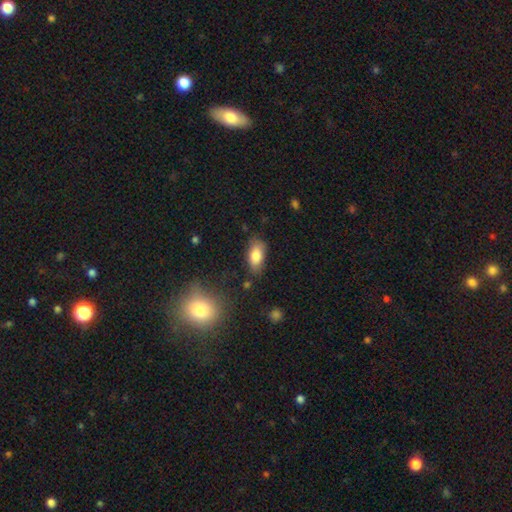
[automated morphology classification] A smooth galaxy with no disk features (81%) that is in between round and cigar-shaped (90%).

Vote fractions:
- Smooth or featured? smooth: 81% / featured or disk: 11% / star or artifact: 8%
- How rounded? in between: 90% / cigar-shaped: 6% / round: 4%
- Merging? none: 75% / minor disturbance: 19% / major disturbance: 4% / merger: 2%